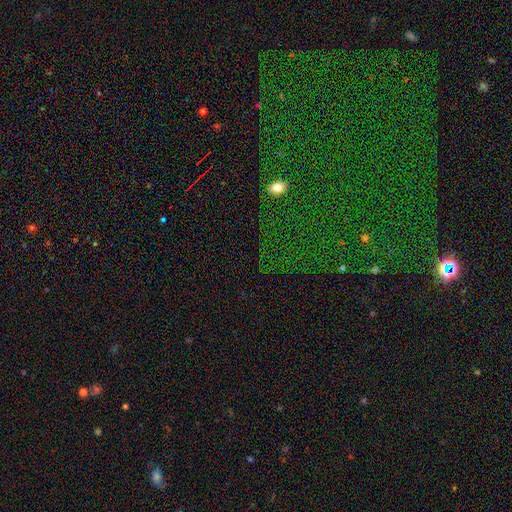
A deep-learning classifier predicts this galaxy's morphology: Smooth or featured? Predicted: star or artifact (p=0.76).